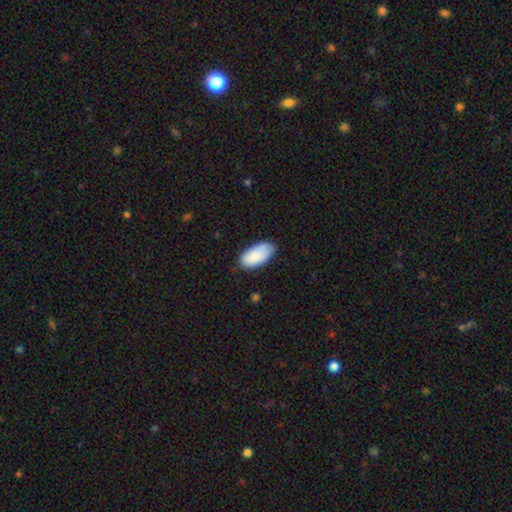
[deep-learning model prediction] This appears to be a smooth galaxy with no disk features (88%) that is in between round and cigar-shaped (95%). Merging: none (75%).